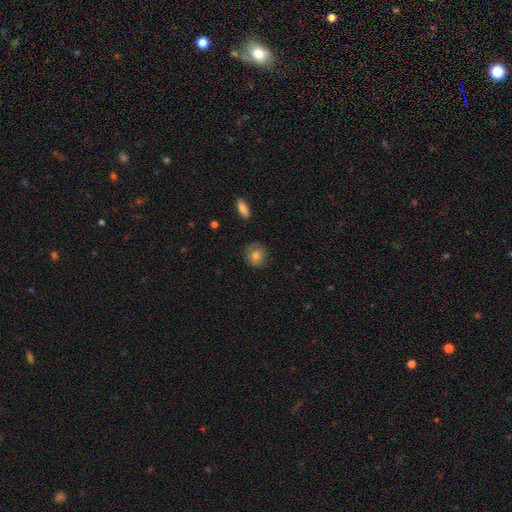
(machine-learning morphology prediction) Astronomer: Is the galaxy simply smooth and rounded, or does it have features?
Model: smooth — 75%.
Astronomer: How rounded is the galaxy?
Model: round — 83%.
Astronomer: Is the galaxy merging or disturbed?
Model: none — 79%.